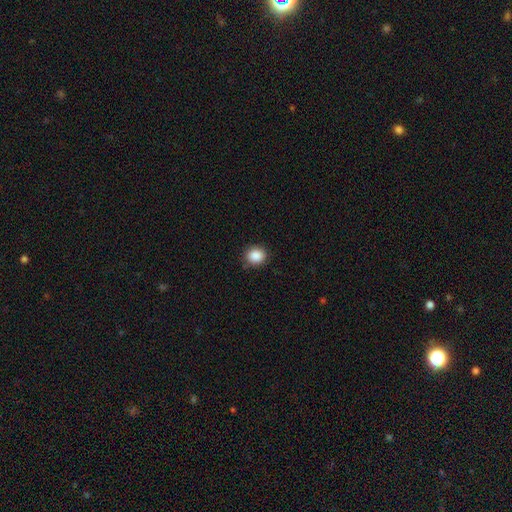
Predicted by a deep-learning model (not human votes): Q: Smooth or featured?
A: smooth (88%); runner-up: star or artifact (9%)
Q: How rounded?
A: round (73%); runner-up: in between (26%)
Q: Merging?
A: none (86%); runner-up: minor disturbance (10%)